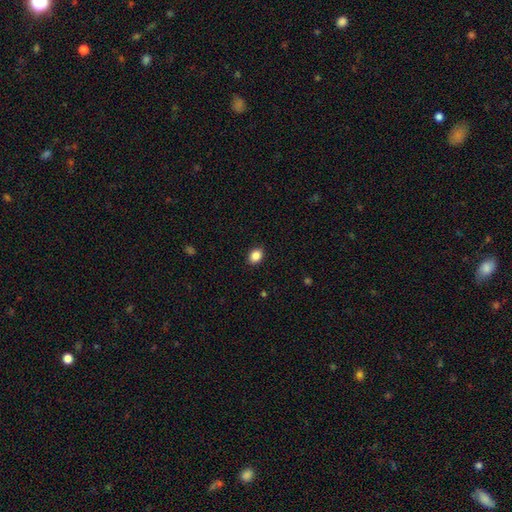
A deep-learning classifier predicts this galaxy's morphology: A smooth galaxy with no disk features (87%) that is in between round and cigar-shaped (69%).

Vote fractions:
- Smooth or featured? smooth: 87% / star or artifact: 9% / featured or disk: 4%
- How rounded? in between: 69% / round: 30% / cigar-shaped: 1%
- Merging? none: 89% / minor disturbance: 8% / major disturbance: 2% / merger: 1%